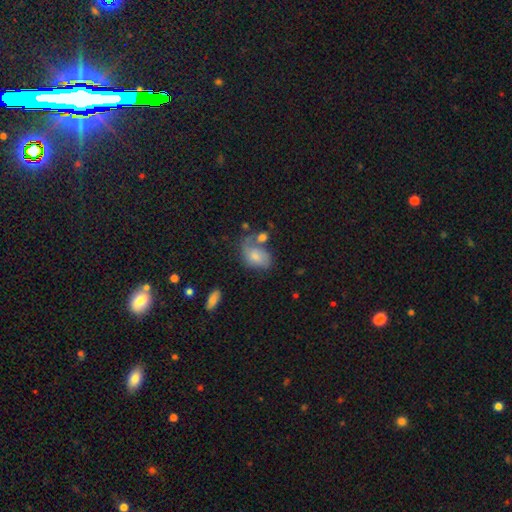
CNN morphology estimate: type=smooth (66%); roundness=in between (84%); merging=none (34%).